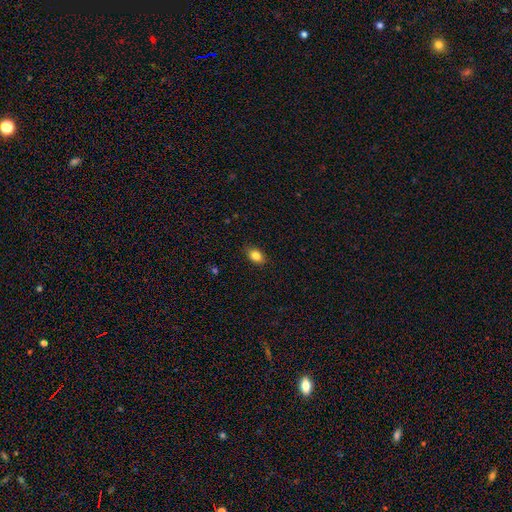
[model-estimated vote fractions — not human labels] smooth-or-featured: smooth: 85% | star or artifact: 9% | featured or disk: 7%
  how-rounded: in between: 83% | round: 15% | cigar-shaped: 2%
  merging: none: 85% | minor disturbance: 12% | major disturbance: 2% | merger: 1%